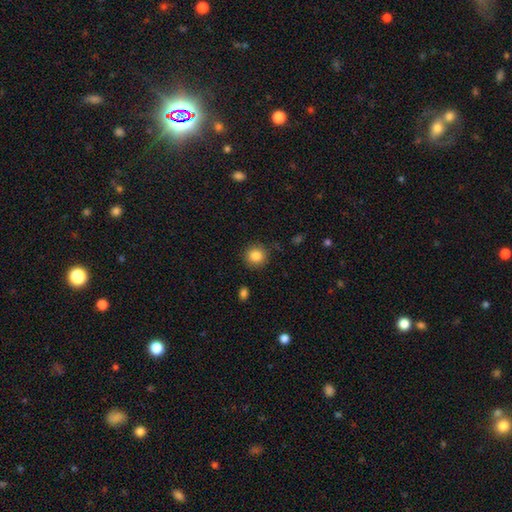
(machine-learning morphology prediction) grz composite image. It shows a smooth galaxy with no disk features (85%) that is round (90%). Merging: none (86%).